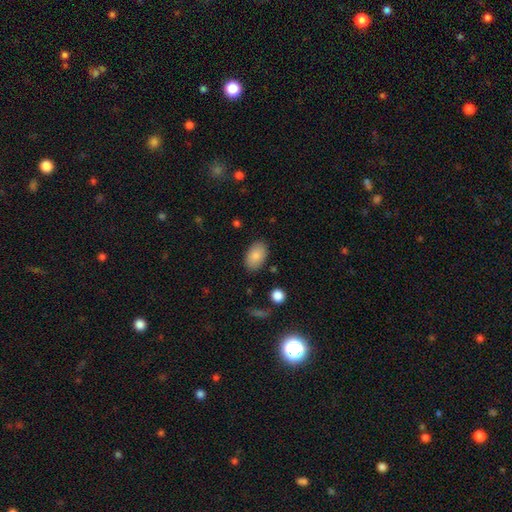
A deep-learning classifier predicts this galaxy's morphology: A smooth galaxy with no disk features (85%) that is in between round and cigar-shaped (91%). Merging: none (85%).